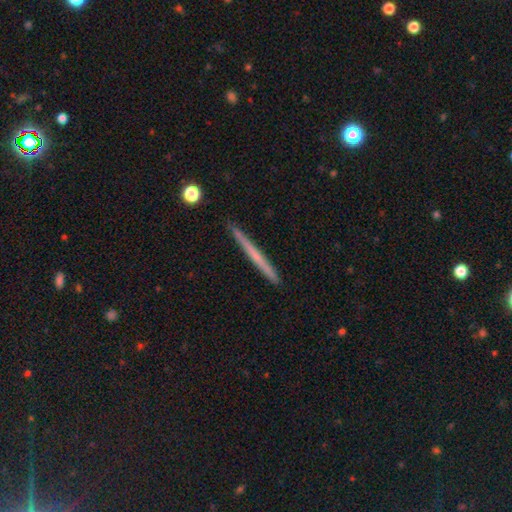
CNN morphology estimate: This is possibly a smooth galaxy (48%). Merging: clearly none (92%).